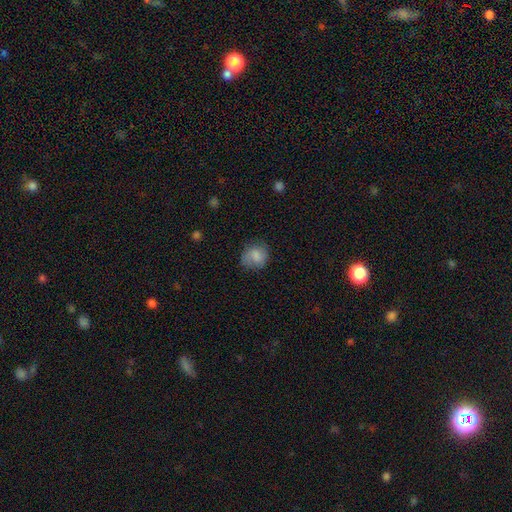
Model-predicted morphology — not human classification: smooth_or_featured: smooth (p=0.74) [alt: featured or disk p=0.18]
how_rounded: round (p=0.71) [alt: in between p=0.28]
merging: none (p=0.69) [alt: minor disturbance p=0.22]